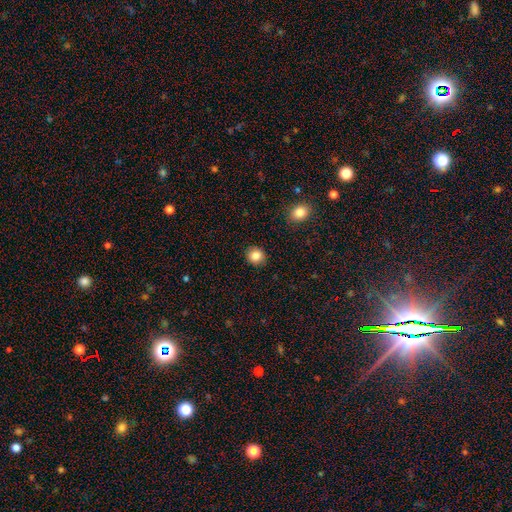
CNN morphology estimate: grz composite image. It shows a smooth galaxy with no disk features (85%) that is round (85%). Merging: none (91%).